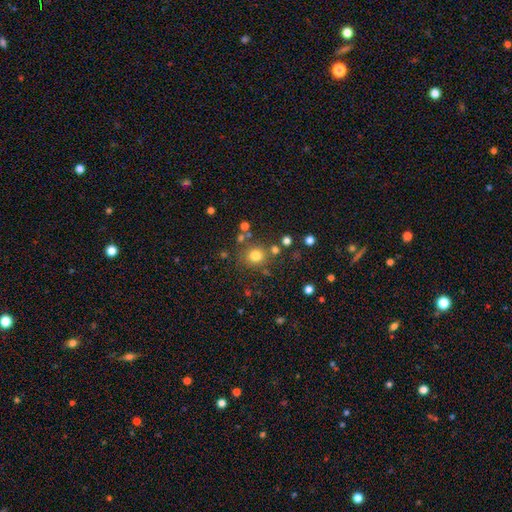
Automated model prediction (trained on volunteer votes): smooth_or_featured: smooth (p=0.76) [alt: star or artifact p=0.16]
how_rounded: round (p=0.87) [alt: in between p=0.12]
merging: none (p=0.77) [alt: minor disturbance p=0.10]